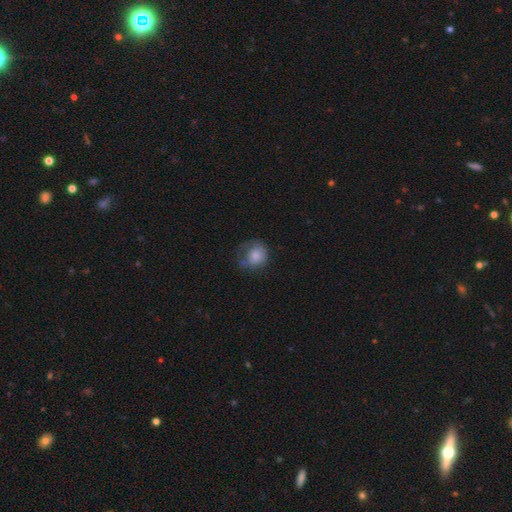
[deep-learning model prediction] smooth_or_featured: smooth (p=0.73) [alt: featured or disk p=0.19]
how_rounded: round (p=0.75) [alt: in between p=0.24]
merging: none (p=0.44) [alt: minor disturbance p=0.29]